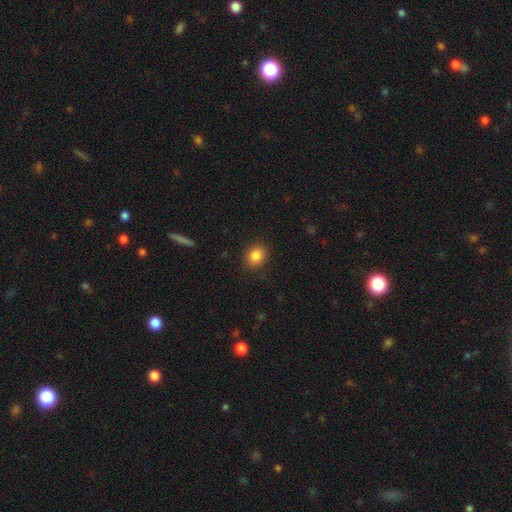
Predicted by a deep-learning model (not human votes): Smooth or featured? Predicted: smooth (p=0.86). How rounded? Predicted: round (p=0.64). Merging? Predicted: none (p=0.89).